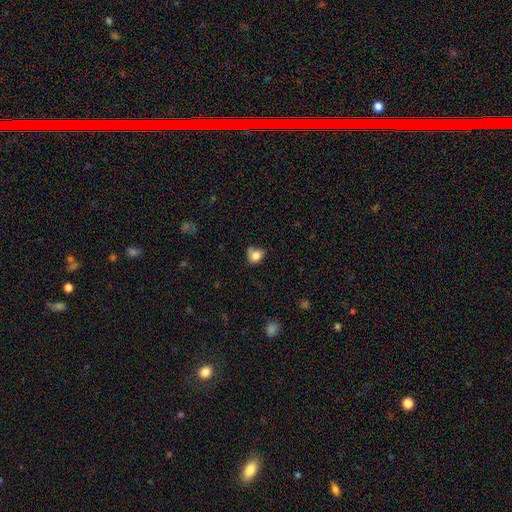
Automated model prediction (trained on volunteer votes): smooth-or-featured: smooth: 78% | featured or disk: 12% | star or artifact: 10%
  how-rounded: round: 60% | in between: 39% | cigar-shaped: 1%
  merging: none: 45% | minor disturbance: 34% | major disturbance: 14% | merger: 7%